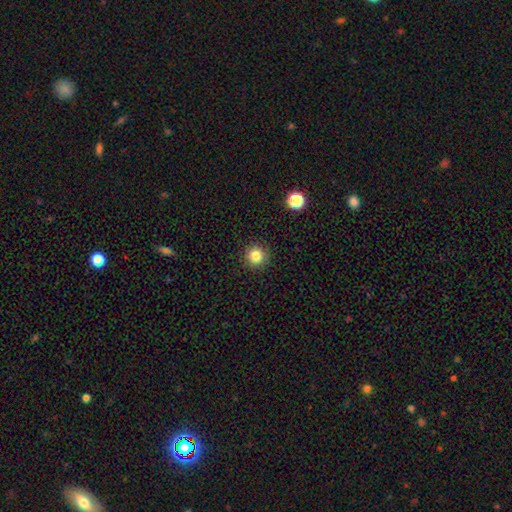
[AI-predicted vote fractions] Smooth or featured?
  - smooth: 83% *
  - star or artifact: 12%
  - featured or disk: 5%
How rounded?
  - round: 95% *
  - in between: 4%
  - cigar-shaped: 1%
Merging?
  - none: 92% *
  - minor disturbance: 5%
  - major disturbance: 2%
  - merger: 1%